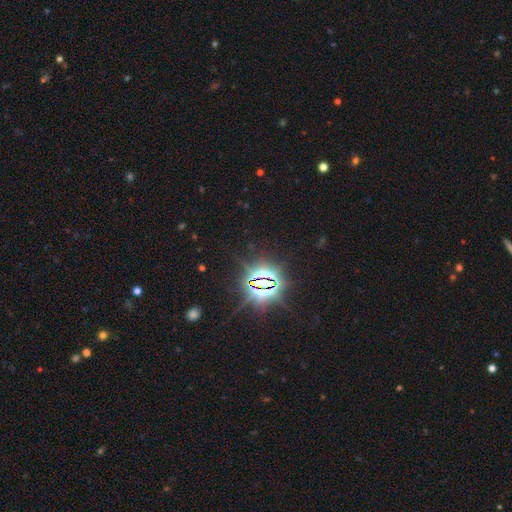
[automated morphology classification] Smooth or featured? star or artifact (87%)